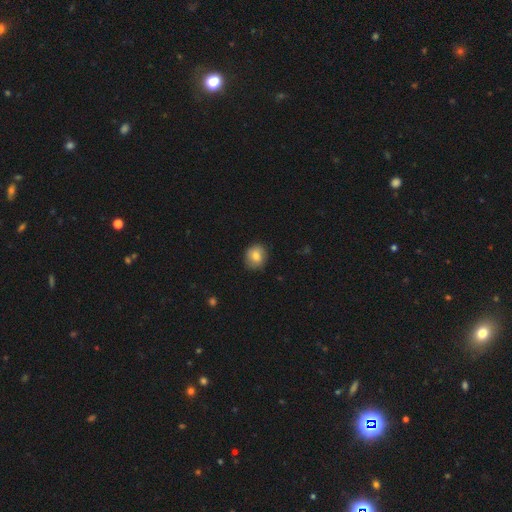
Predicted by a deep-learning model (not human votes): smooth 78%, featured or disk 14%, star or artifact 8%. Down the decision tree: how rounded — round (78%); merging — none (83%).